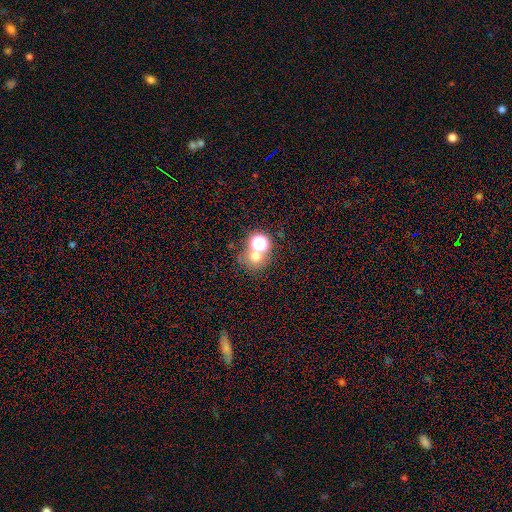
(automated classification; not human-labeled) Smooth or featured?
  - smooth: 58% *
  - star or artifact: 31%
  - featured or disk: 11%
How rounded?
  - round: 80% *
  - in between: 19%
  - cigar-shaped: 1%
Merging?
  - none: 54% *
  - merger: 34%
  - minor disturbance: 7%
  - major disturbance: 5%